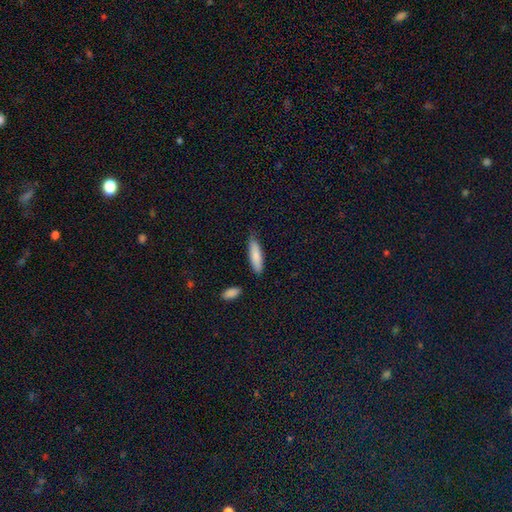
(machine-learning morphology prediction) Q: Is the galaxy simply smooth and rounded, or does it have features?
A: smooth — 84%.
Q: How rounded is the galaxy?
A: cigar-shaped — 65%.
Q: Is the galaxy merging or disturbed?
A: none — 81%.